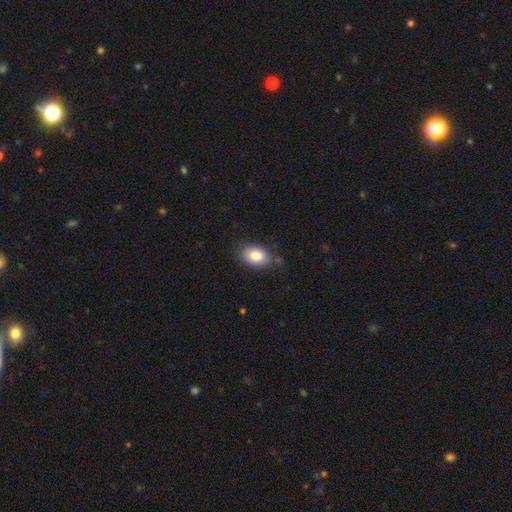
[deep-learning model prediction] The model was most divided on "merging": none: 75%, minor disturbance: 19%, major disturbance: 4%, merger: 2%. More confident: smooth or featured — smooth (86%); how rounded — in between (85%).